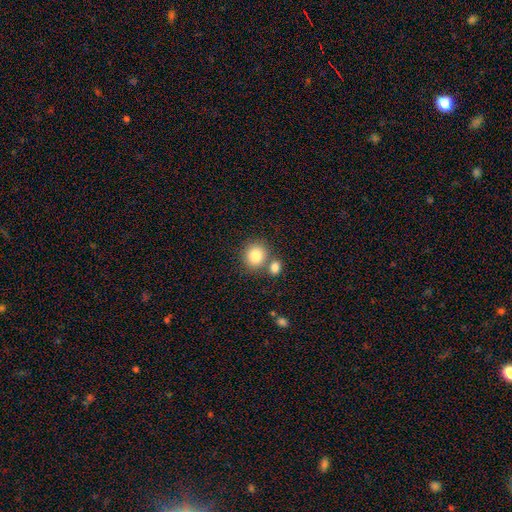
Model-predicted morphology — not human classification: smooth-or-featured: smooth: 83% | star or artifact: 9% | featured or disk: 8%
  how-rounded: round: 83% | in between: 16% | cigar-shaped: 1%
  merging: none: 62% | merger: 27% | minor disturbance: 9% | major disturbance: 3%